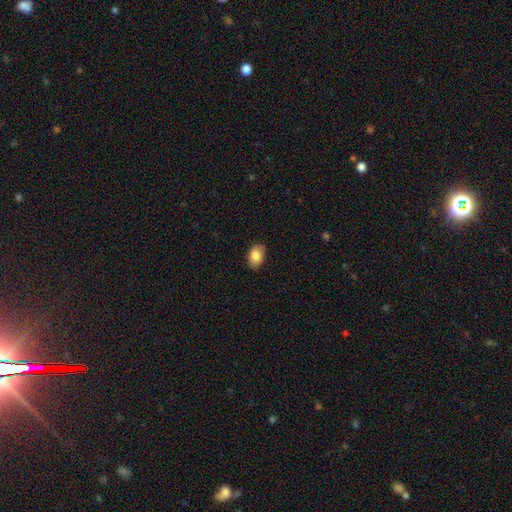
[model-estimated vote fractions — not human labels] A smooth galaxy with no disk features (85%) that is in between round and cigar-shaped (85%). Merging: none (79%).